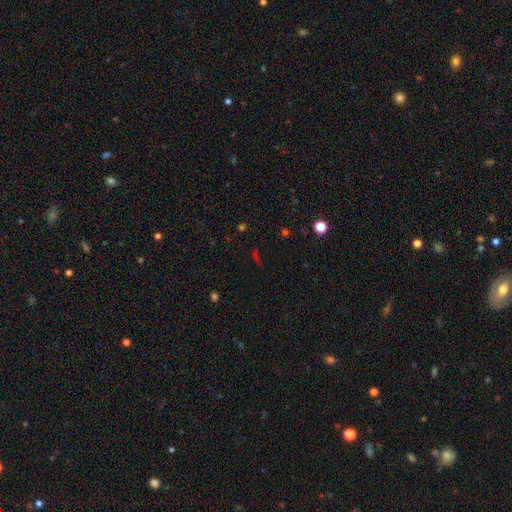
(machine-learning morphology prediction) smooth_or_featured: star or artifact (p=0.57) [alt: smooth p=0.33]